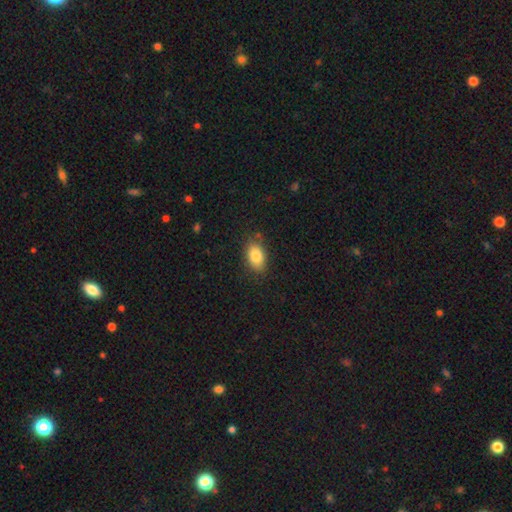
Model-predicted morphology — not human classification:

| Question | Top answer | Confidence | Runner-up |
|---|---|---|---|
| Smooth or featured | smooth | 84% | featured or disk (8%) |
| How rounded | in between | 87% | round (11%) |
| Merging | none | 81% | minor disturbance (14%) |